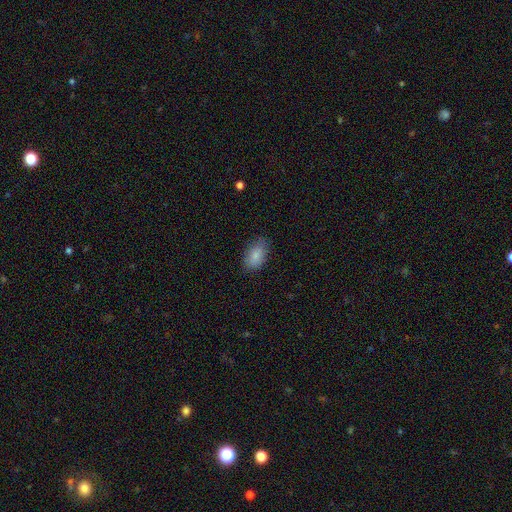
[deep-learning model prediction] Overall: smooth (86%). How rounded: in between (92%). Merging: none (81%).